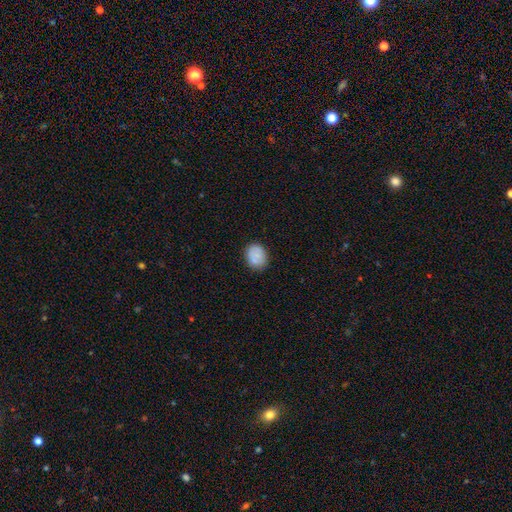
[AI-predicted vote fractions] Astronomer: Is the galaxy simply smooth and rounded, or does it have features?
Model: smooth — 81%.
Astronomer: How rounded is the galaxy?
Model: in between — 50% (runner-up: round, 49%).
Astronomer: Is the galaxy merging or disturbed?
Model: none — 83%.